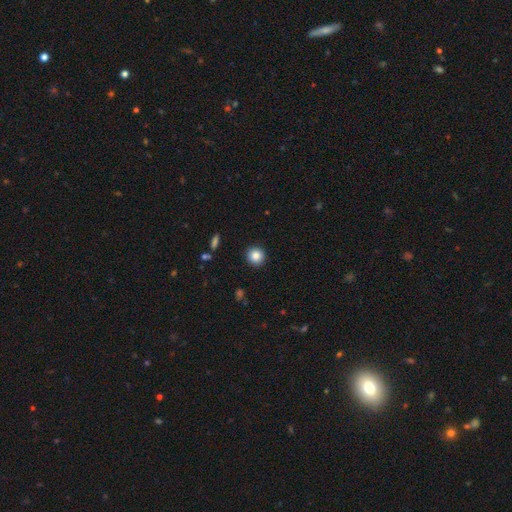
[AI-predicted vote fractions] Overall: smooth (85%). How rounded: round (93%). Merging: none (92%).